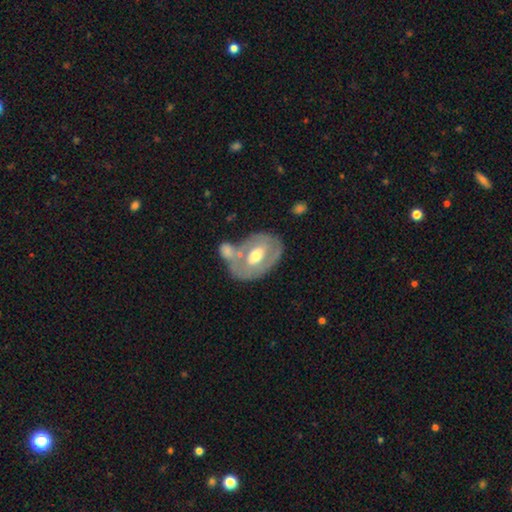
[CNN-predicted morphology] smooth_or_featured: featured or disk (p=0.59) [alt: smooth p=0.36]
disk_edge_on: no (p=0.93) [alt: yes p=0.07]
bar: no (p=0.48) [alt: weak p=0.34]
has_spiral_arms: no (p=0.70) [alt: yes p=0.30]
bulge_size: moderate (p=0.72) [alt: large p=0.13]
merging: none (p=0.44) [alt: merger p=0.28]